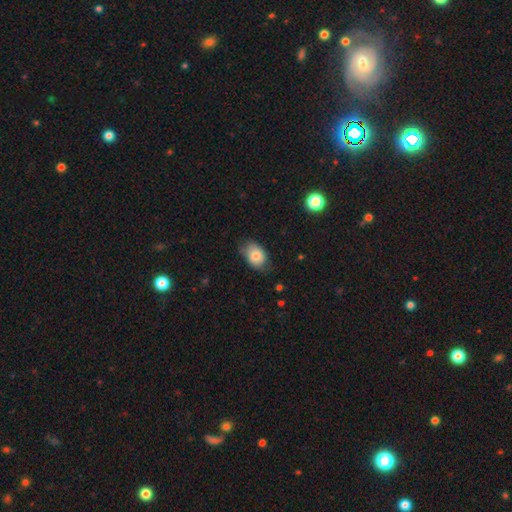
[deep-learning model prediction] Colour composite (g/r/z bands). It shows a smooth galaxy with no disk features (79%) that is in between round and cigar-shaped (78%). Merging: none (62%).